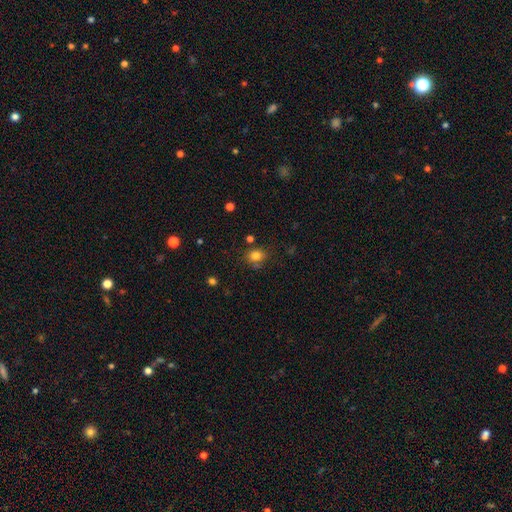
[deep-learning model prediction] Morphology: type=smooth (80%); roundness=round (62%); merging=none (73%).